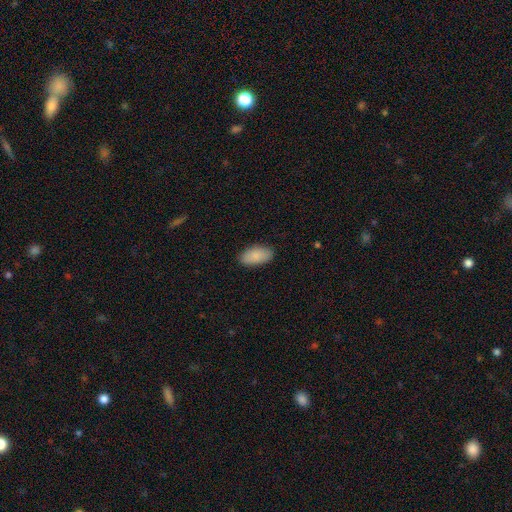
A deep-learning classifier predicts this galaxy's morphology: smooth 89%, star or artifact 6%, featured or disk 5%. Down the decision tree: how rounded — in between (94%); merging — none (86%).